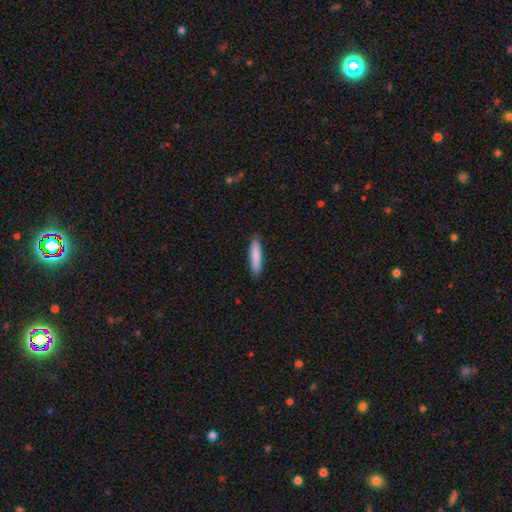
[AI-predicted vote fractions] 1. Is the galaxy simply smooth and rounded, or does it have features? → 85% smooth, 10% featured or disk, 5% star or artifact.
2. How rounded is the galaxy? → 85% cigar-shaped, 13% in between, 1% round.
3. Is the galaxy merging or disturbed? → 89% none, 8% minor disturbance, 2% major disturbance, 1% merger.